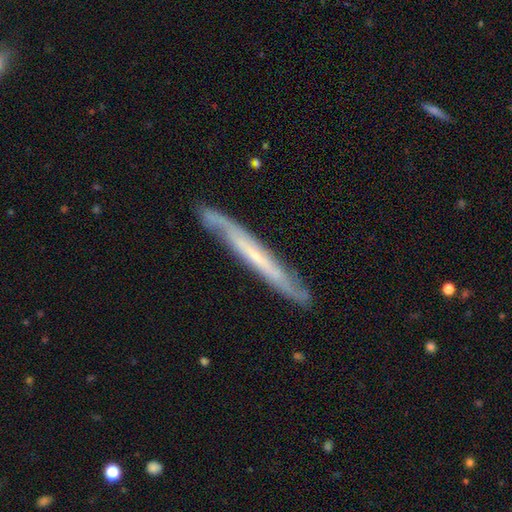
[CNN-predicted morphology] type=featured or disk (71%); edge-on=yes (73%); edge-on bulge=none (78%); merging=none (79%).